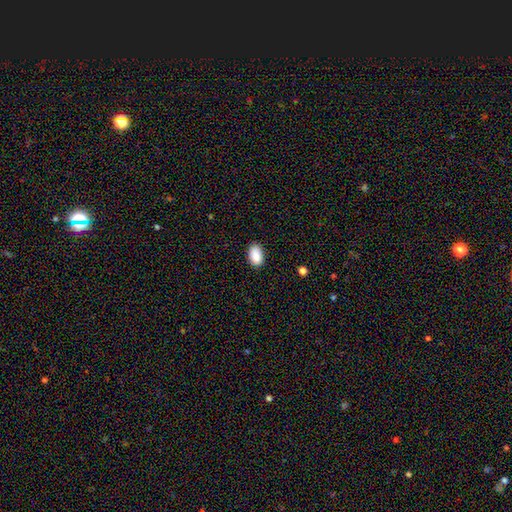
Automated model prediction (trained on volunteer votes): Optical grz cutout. It shows a smooth galaxy with no disk features (90%) that is in between round and cigar-shaped (92%). Merging: none (87%).